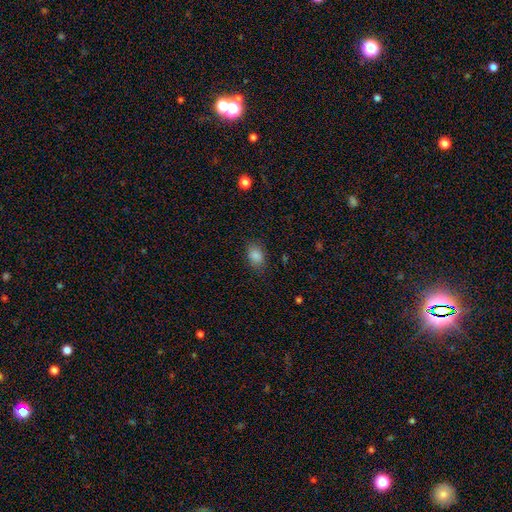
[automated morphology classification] Smooth or featured? Predicted: smooth (p=0.86). How rounded? Predicted: in between (p=0.82). Merging? Predicted: none (p=0.83).